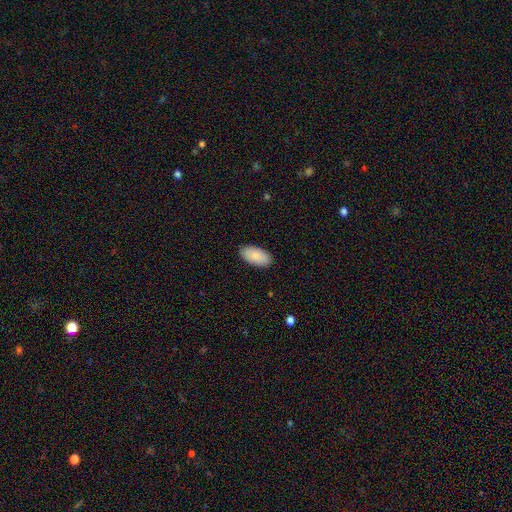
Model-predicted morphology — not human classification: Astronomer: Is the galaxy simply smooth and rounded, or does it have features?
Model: smooth — 87%.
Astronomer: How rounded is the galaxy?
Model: in between — 95%.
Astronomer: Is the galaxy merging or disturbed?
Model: none — 89%.